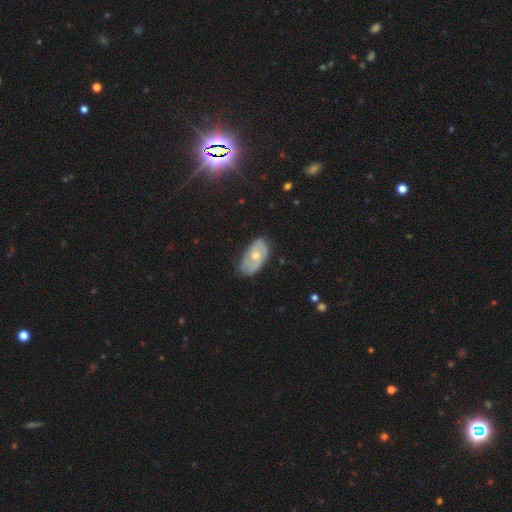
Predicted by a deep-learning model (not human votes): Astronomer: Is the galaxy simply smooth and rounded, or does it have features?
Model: featured or disk — 52% (runner-up: smooth, 41%).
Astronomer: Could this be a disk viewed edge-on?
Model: no — 91%.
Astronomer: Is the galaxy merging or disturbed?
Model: none — 65%.